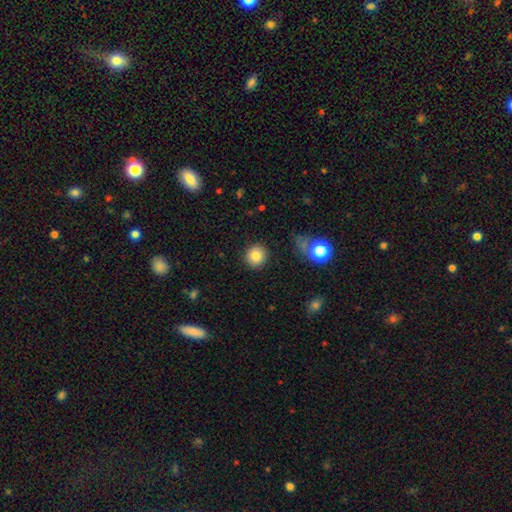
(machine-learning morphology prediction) smooth-or-featured: smooth: 83% | star or artifact: 10% | featured or disk: 7%
  how-rounded: round: 90% | in between: 9% | cigar-shaped: 1%
  merging: none: 89% | minor disturbance: 7% | major disturbance: 3% | merger: 2%